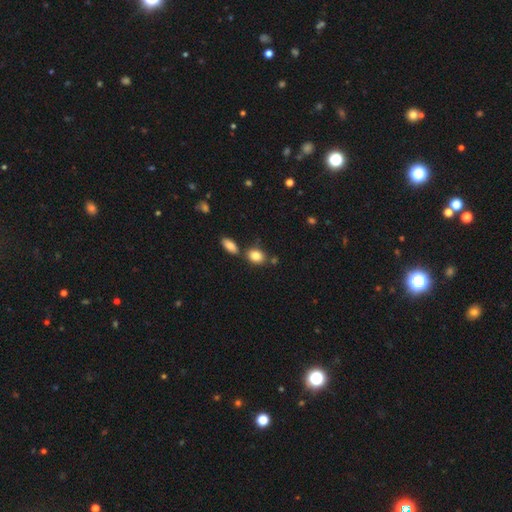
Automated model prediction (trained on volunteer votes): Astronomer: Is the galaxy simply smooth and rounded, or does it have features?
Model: smooth — 85%.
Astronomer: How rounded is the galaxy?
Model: in between — 71%.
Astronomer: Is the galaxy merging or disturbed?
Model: none — 67%.